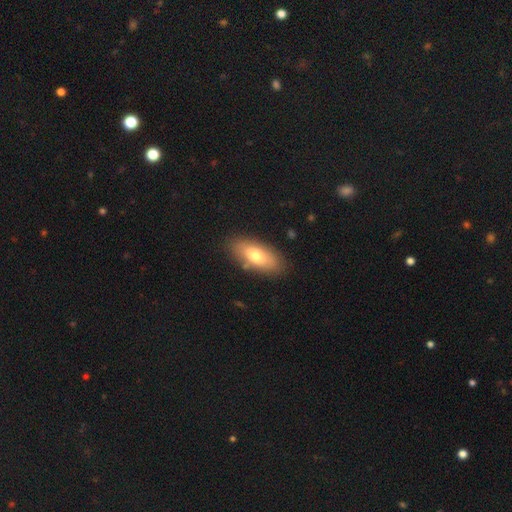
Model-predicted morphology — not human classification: smooth 71%, featured or disk 23%, star or artifact 6%. Down the decision tree: how rounded — in between (84%); merging — none (83%).